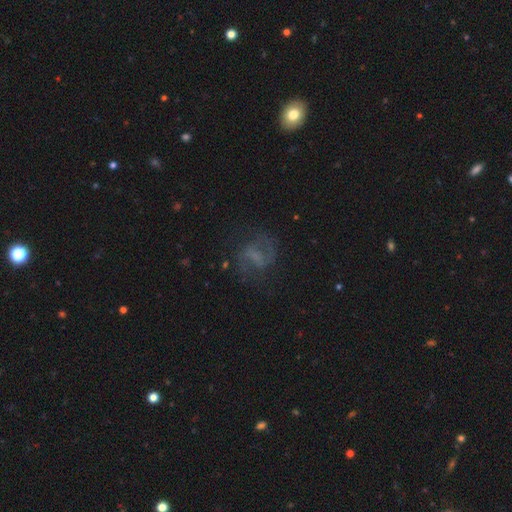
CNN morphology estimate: A featured or disk galaxy (67%) with a weak bar (45%), 2 (85%) medium (51%) spiral arms (86%) and no central bulge (56%).

Vote fractions:
- Smooth or featured? featured or disk: 67% / smooth: 19% / star or artifact: 14%
- Edge-on disk? no: 97% / yes: 3%
- Bar? weak: 45% / strong: 31% / no: 23%
- Spiral arms? yes: 86% / no: 14%
- Spiral winding? medium: 51% / loose: 32% / tight: 16%
- Spiral arm count? 2: 85% / can't tell: 8% / 1: 3% / 3: 1% / 4: 1% / more than 4: 1%
- Bulge size? none: 56% / small: 25% / moderate: 13% / large: 5% / dominant: 1%
- Merging? none: 68% / minor disturbance: 17% / major disturbance: 13% / merger: 2%